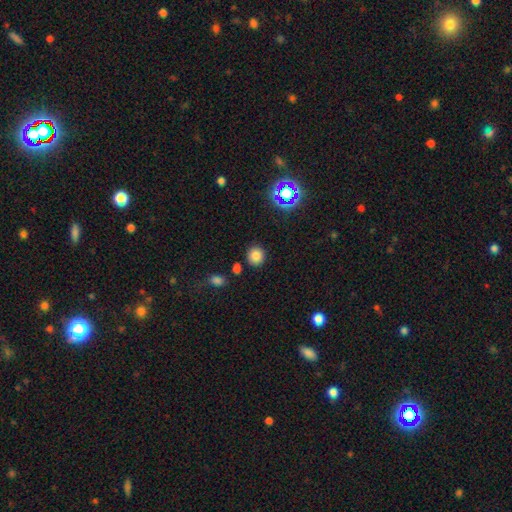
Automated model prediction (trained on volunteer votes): The model was most divided on "smooth or featured": smooth: 80%, star or artifact: 14%, featured or disk: 6%. More confident: how rounded — round (88%); merging — none (85%).